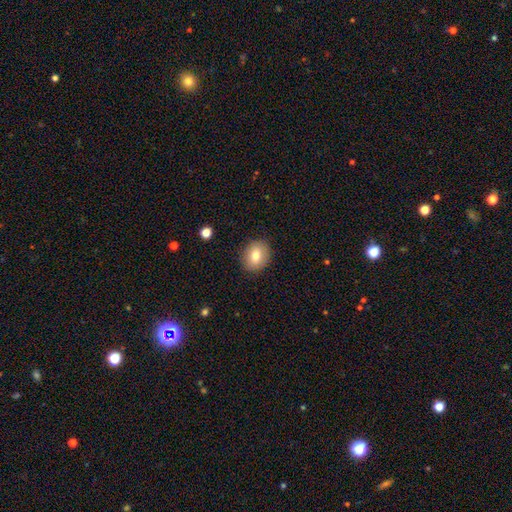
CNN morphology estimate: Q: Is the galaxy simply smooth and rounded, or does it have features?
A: smooth — 76%.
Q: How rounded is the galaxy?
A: round — 55%.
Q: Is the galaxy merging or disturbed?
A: none — 87%.